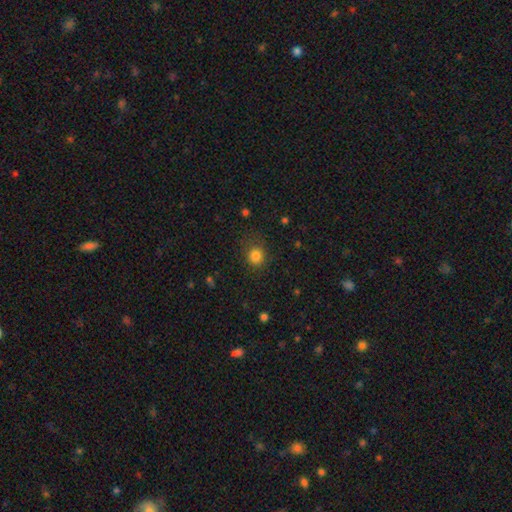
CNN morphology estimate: Q: Smooth or featured?
A: smooth (82%); runner-up: star or artifact (13%)
Q: How rounded?
A: round (82%); runner-up: in between (17%)
Q: Merging?
A: none (79%); runner-up: minor disturbance (14%)